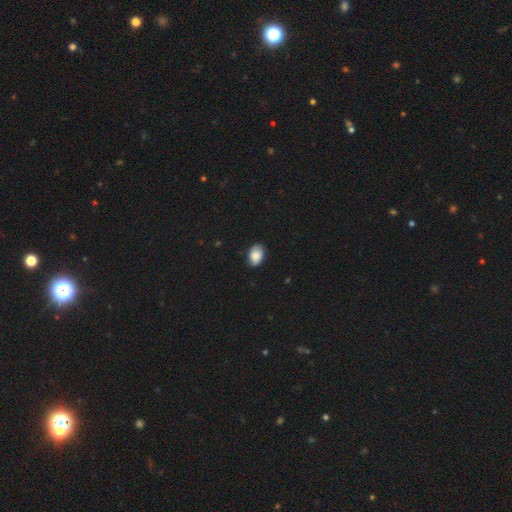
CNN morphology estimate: A smooth galaxy with no disk features (80%) that is in between round and cigar-shaped (85%).

Vote fractions:
- Smooth or featured? smooth: 80% / featured or disk: 12% / star or artifact: 8%
- How rounded? in between: 85% / round: 14% / cigar-shaped: 1%
- Merging? none: 83% / minor disturbance: 14% / major disturbance: 2% / merger: 1%